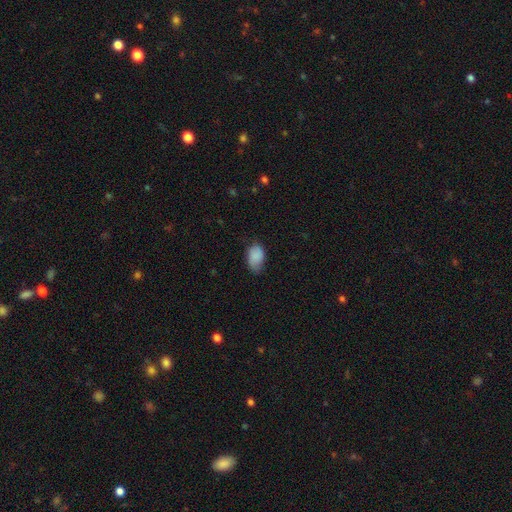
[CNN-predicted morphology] A smooth galaxy with no disk features (85%) that is in between round and cigar-shaped (89%). Merging: none (58%).